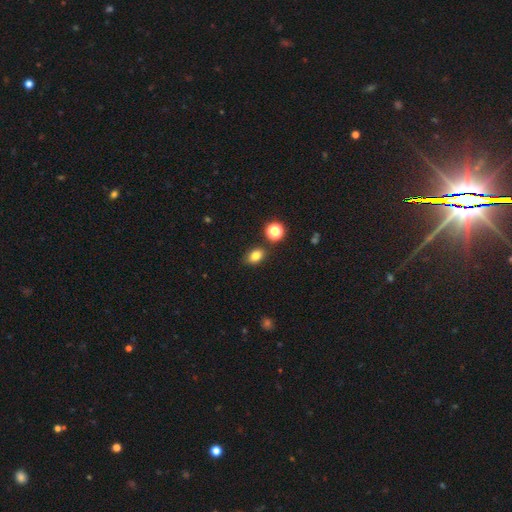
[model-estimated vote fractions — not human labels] smooth 81%, star or artifact 13%, featured or disk 6%. Down the decision tree: how rounded — in between (73%); merging — none (82%).